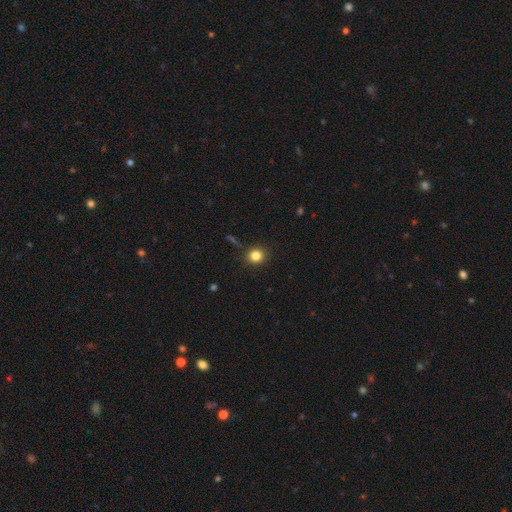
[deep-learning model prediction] Q: Smooth or featured?
A: smooth (82%); runner-up: star or artifact (12%)
Q: How rounded?
A: round (85%); runner-up: in between (14%)
Q: Merging?
A: none (88%); runner-up: minor disturbance (8%)